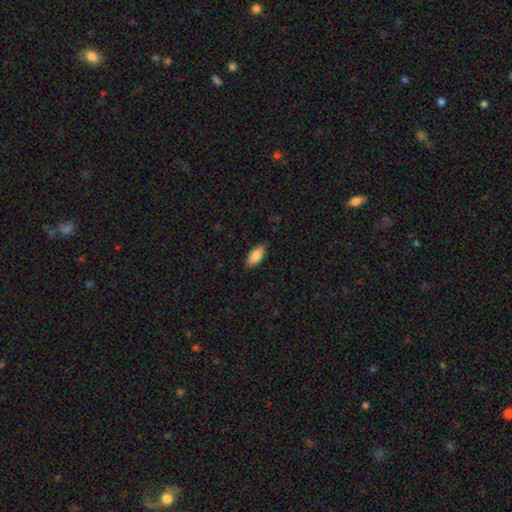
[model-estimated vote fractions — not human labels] The model was most divided on "merging": none: 87%, minor disturbance: 10%, major disturbance: 2%, merger: 1%. More confident: how rounded — in between (91%); smooth or featured — smooth (89%).